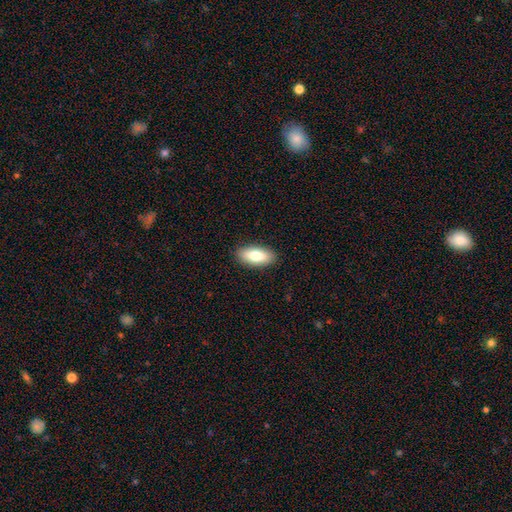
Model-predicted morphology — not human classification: smooth-or-featured: smooth: 78% | featured or disk: 16% | star or artifact: 7%
  how-rounded: in between: 87% | cigar-shaped: 11% | round: 3%
  merging: none: 90% | minor disturbance: 7% | major disturbance: 2% | merger: 1%